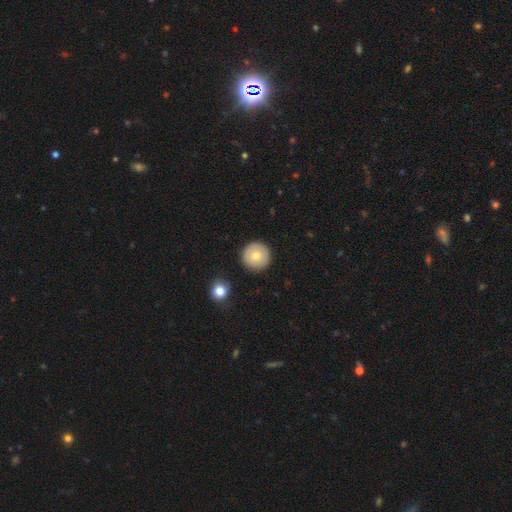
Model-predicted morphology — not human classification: A smooth galaxy with no disk features (73%) that is round (96%). Merging: none (91%).